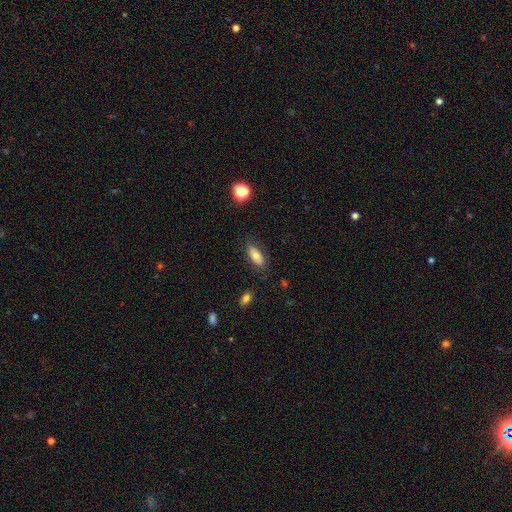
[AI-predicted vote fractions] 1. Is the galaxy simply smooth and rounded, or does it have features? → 74% smooth, 19% featured or disk, 8% star or artifact.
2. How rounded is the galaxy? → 82% in between, 15% cigar-shaped, 3% round.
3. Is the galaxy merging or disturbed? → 80% none, 15% minor disturbance, 4% major disturbance, 2% merger.